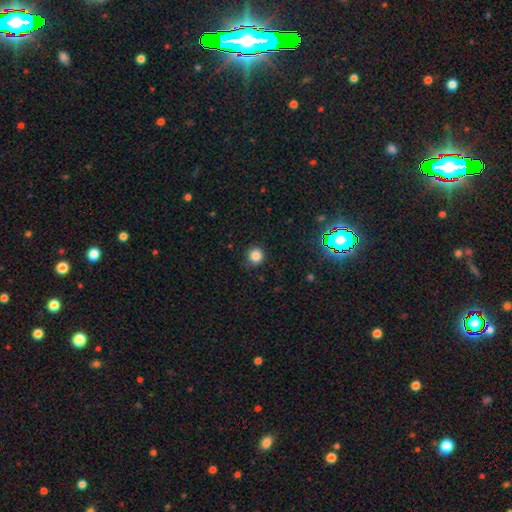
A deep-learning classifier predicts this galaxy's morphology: The model was most divided on "smooth or featured": smooth: 83%, star or artifact: 14%, featured or disk: 4%. More confident: how rounded — round (93%); merging — none (86%).